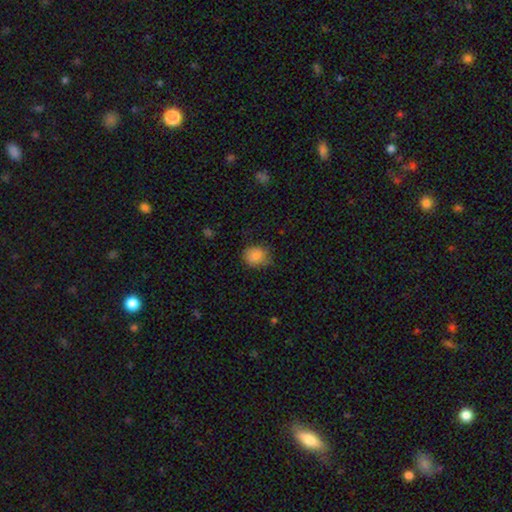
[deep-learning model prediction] smooth 85%, star or artifact 9%, featured or disk 6%. Down the decision tree: how rounded — round (65%); merging — none (66%).